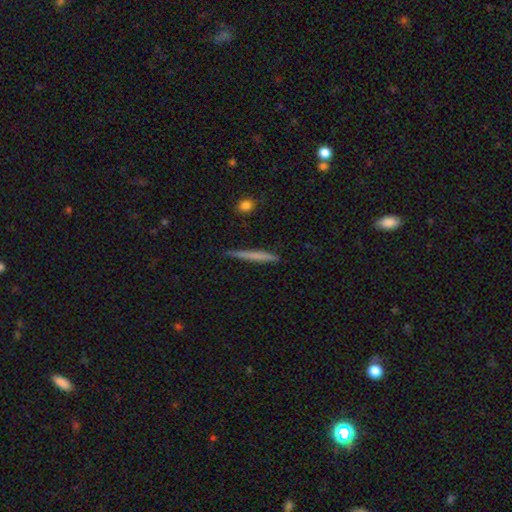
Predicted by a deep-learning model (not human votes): smooth-or-featured: smooth: 62% | featured or disk: 32% | star or artifact: 6%
  how-rounded: cigar-shaped: 96% | in between: 2% | round: 2%
  merging: none: 86% | minor disturbance: 11% | major disturbance: 2% | merger: 1%